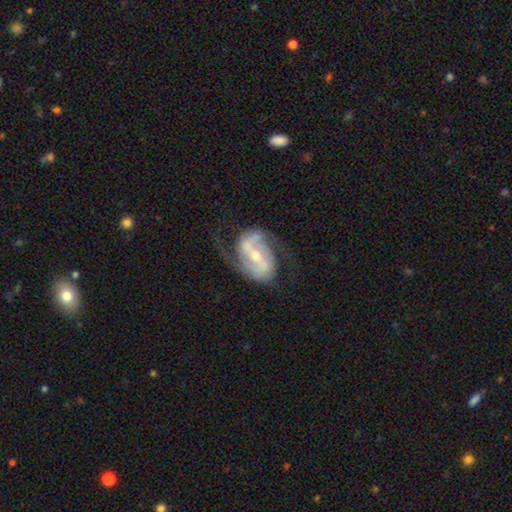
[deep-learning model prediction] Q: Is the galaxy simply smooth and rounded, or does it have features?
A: featured or disk — 87%.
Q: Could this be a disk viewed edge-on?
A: no — 97%.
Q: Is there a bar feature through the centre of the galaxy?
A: strong — 41%.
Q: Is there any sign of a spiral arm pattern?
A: yes — 95%.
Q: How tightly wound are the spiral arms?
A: medium — 50%.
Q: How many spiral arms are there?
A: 2 — 88%.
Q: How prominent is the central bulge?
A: moderate — 53%.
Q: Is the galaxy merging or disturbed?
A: none — 65%.